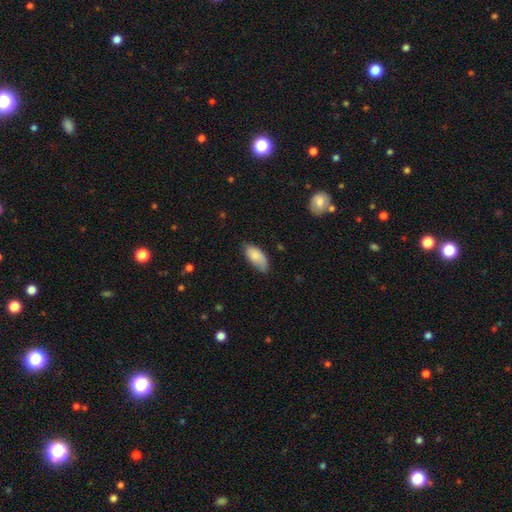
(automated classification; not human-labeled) Smooth or featured?
  - smooth: 81% *
  - featured or disk: 13%
  - star or artifact: 6%
How rounded?
  - in between: 92% *
  - cigar-shaped: 6%
  - round: 2%
Merging?
  - none: 64% *
  - minor disturbance: 29%
  - major disturbance: 5%
  - merger: 2%